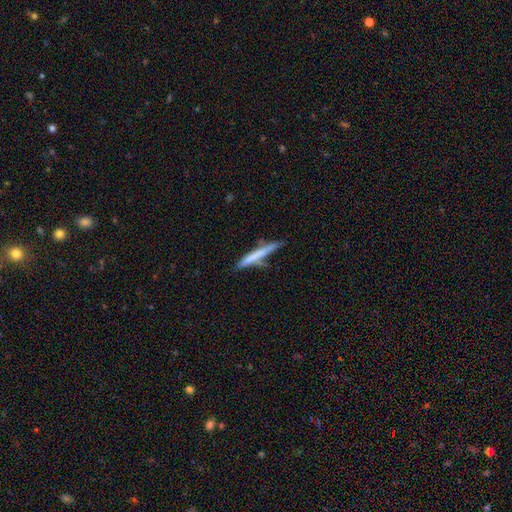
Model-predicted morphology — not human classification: The model was most divided on "smooth or featured": smooth: 62%, featured or disk: 32%, star or artifact: 6%. More confident: how rounded — cigar-shaped (95%); merging — none (68%).